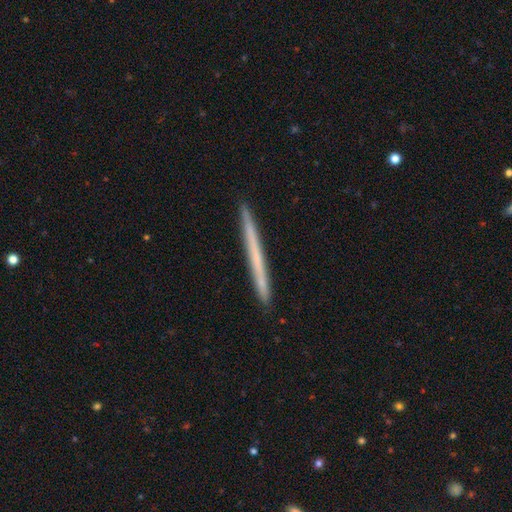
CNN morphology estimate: Smooth or featured? smooth (51%)
How rounded? cigar-shaped (98%)
Merging? none (92%)